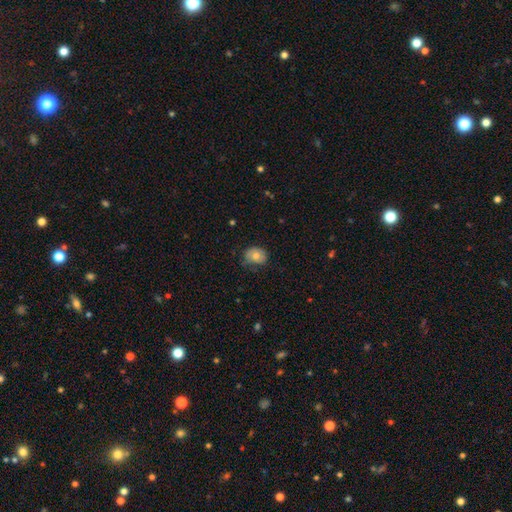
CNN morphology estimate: smooth 68%, featured or disk 23%, star or artifact 9%. Down the decision tree: how rounded — round (52%); merging — none (60%).